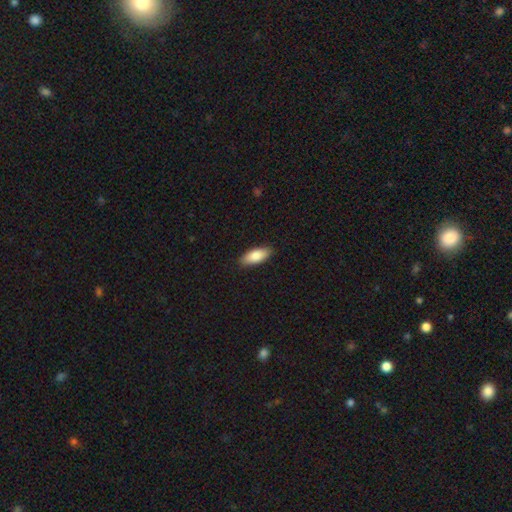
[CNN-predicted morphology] smooth 84%, featured or disk 10%, star or artifact 6%. Down the decision tree: how rounded — in between (82%); merging — none (88%).